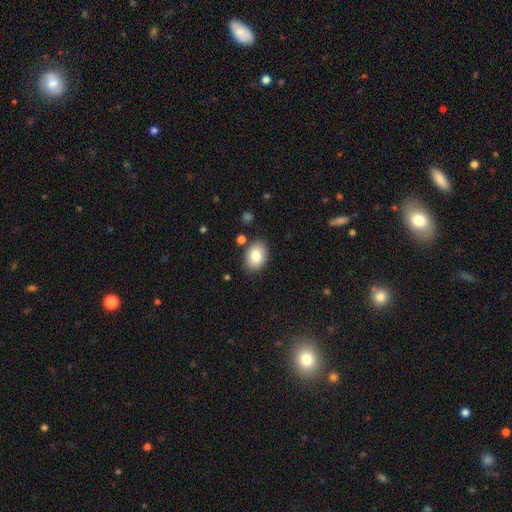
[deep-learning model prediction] This is clearly a smooth galaxy (84%). How rounded: likely in between (77%). Merging: clearly none (82%).